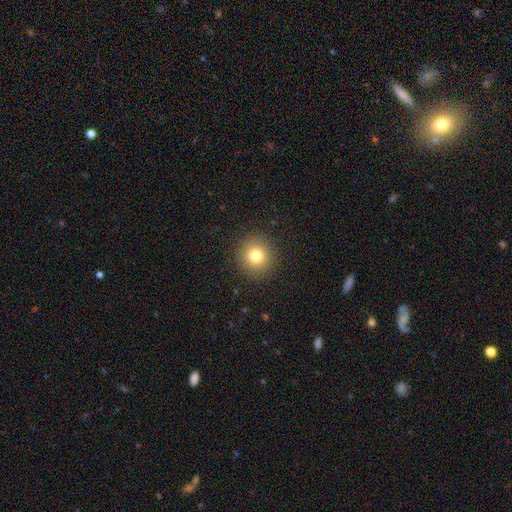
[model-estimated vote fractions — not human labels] Q: Smooth or featured?
A: smooth (78%); runner-up: star or artifact (12%)
Q: How rounded?
A: round (93%); runner-up: in between (6%)
Q: Merging?
A: none (91%); runner-up: minor disturbance (6%)